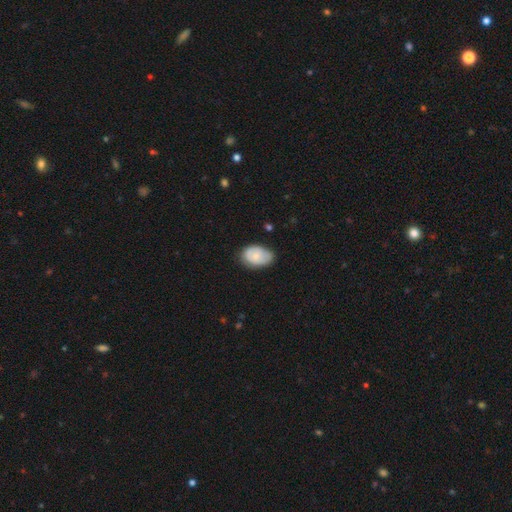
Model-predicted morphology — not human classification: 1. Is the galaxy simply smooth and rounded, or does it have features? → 67% smooth, 26% featured or disk, 6% star or artifact.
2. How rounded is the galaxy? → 85% in between, 14% round, 1% cigar-shaped.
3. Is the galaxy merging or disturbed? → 62% none, 31% minor disturbance, 6% major disturbance, 2% merger.